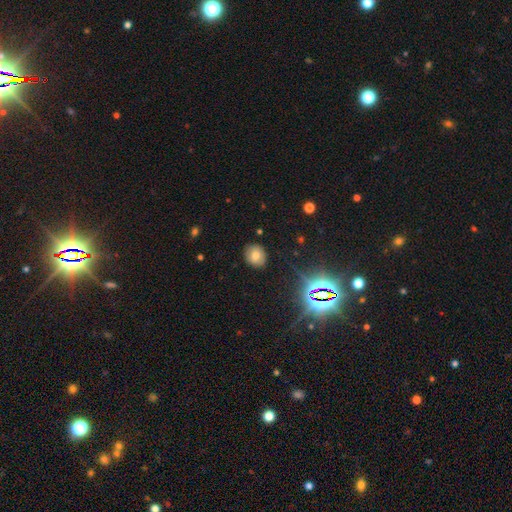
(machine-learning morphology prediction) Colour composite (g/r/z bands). It shows a smooth galaxy with no disk features (69%) that is round (69%). Merging: none (87%).